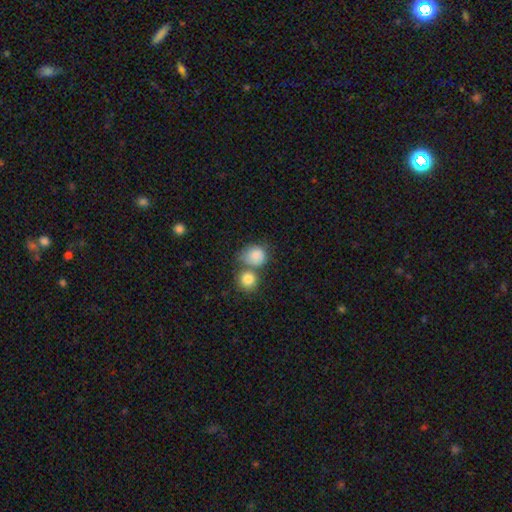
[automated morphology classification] Q: Smooth or featured?
A: smooth (84%); runner-up: star or artifact (8%)
Q: How rounded?
A: round (71%); runner-up: in between (28%)
Q: Merging?
A: merger (39%); runner-up: none (38%)